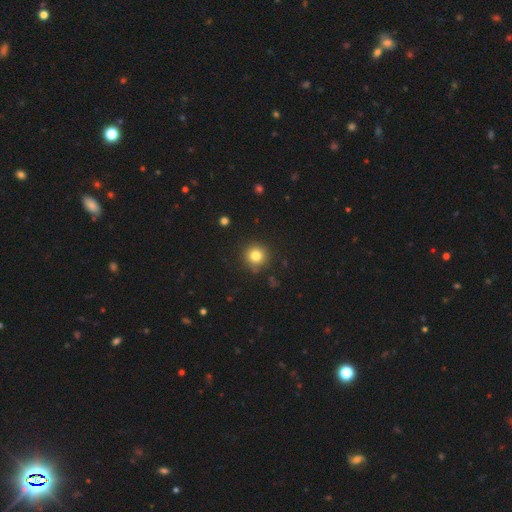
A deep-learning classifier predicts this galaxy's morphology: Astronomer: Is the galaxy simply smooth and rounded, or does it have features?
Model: smooth — 81%.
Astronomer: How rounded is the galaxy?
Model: round — 94%.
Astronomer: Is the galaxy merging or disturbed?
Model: none — 87%.